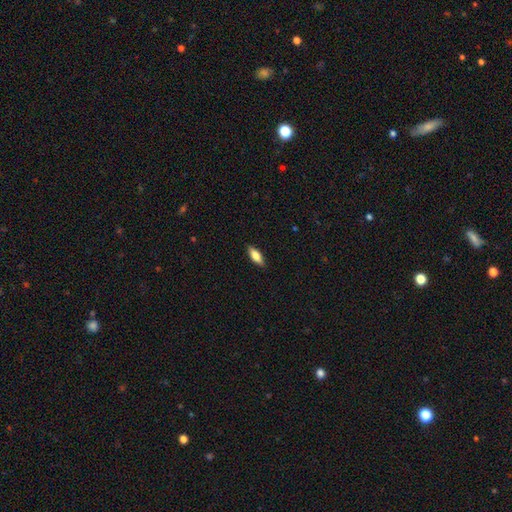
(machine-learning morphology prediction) This appears to be a smooth galaxy with no disk features (72%) that is in between round and cigar-shaped (68%). Merging: none (89%).